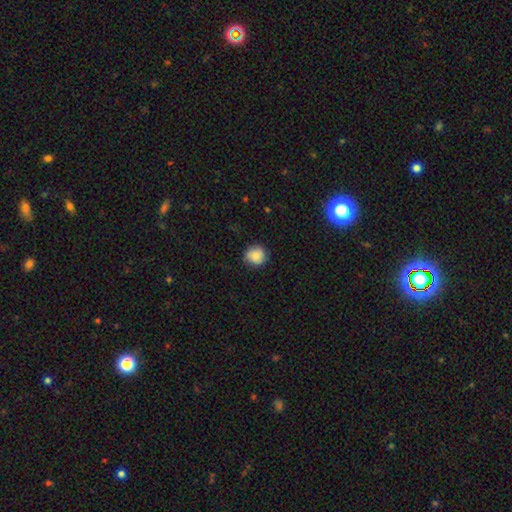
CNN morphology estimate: Q: Smooth or featured?
A: smooth (83%); runner-up: star or artifact (9%)
Q: How rounded?
A: round (89%); runner-up: in between (10%)
Q: Merging?
A: none (83%); runner-up: minor disturbance (13%)